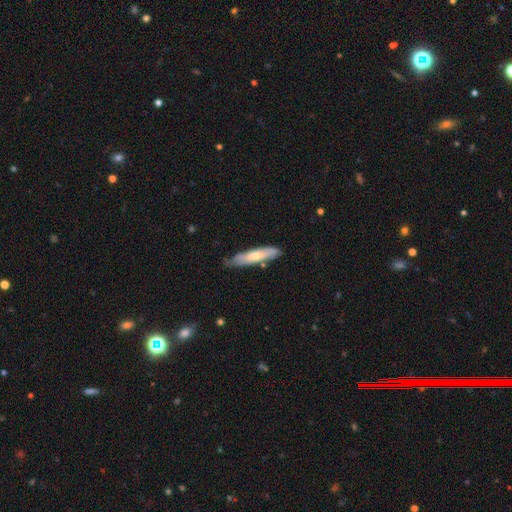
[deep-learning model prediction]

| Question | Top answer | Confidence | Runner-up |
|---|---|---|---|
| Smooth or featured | smooth | 55% | featured or disk (40%) |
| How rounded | cigar-shaped | 77% | in between (21%) |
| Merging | none | 68% | minor disturbance (25%) |